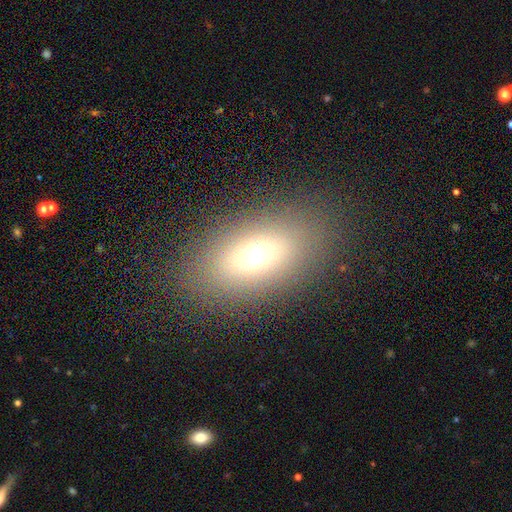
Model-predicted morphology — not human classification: The model was most divided on "smooth or featured": smooth: 62%, featured or disk: 21%, star or artifact: 17%. More confident: merging — none (84%); how rounded — in between (81%).